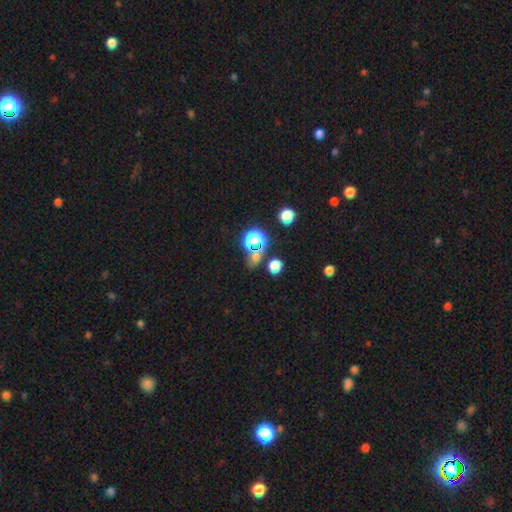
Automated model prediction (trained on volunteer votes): smooth_or_featured: smooth (p=0.57) [alt: star or artifact p=0.35]
how_rounded: round (p=0.69) [alt: in between p=0.29]
merging: none (p=0.64) [alt: merger p=0.17]